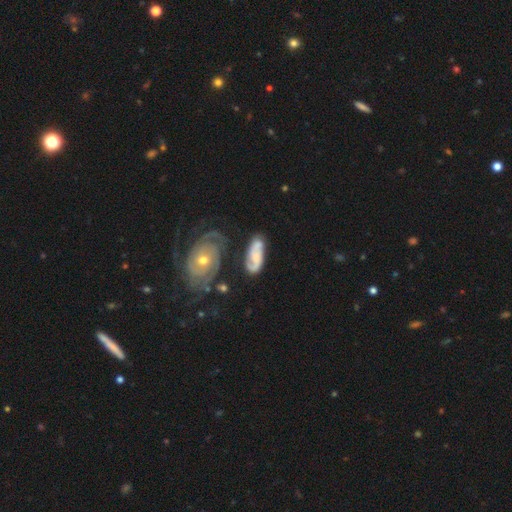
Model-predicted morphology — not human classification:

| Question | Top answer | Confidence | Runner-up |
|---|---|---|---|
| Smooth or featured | featured or disk | 68% | smooth (25%) |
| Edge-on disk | no | 94% | yes (6%) |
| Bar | no | 62% | weak (31%) |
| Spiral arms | yes | 90% | no (10%) |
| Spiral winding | medium | 43% | tight (34%) |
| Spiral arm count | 2 | 78% | can't tell (12%) |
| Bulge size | small | 51% | moderate (33%) |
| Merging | none | 53% | minor disturbance (21%) |